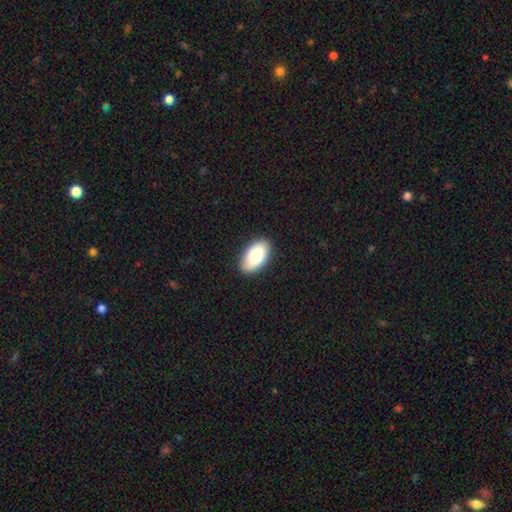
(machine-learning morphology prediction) Smooth or featured: smooth — 85% (featured or disk — 9%)
How rounded: in between — 95% (round — 3%)
Merging: none — 88% (minor disturbance — 9%)